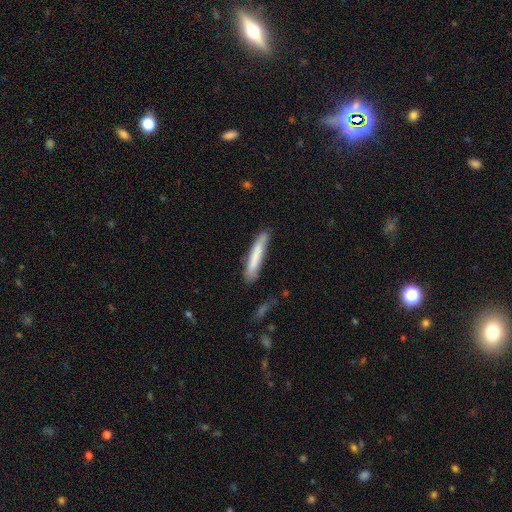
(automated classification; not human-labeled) Smooth or featured: smooth — 73% (featured or disk — 21%)
How rounded: cigar-shaped — 94% (in between — 5%)
Merging: none — 76% (minor disturbance — 18%)